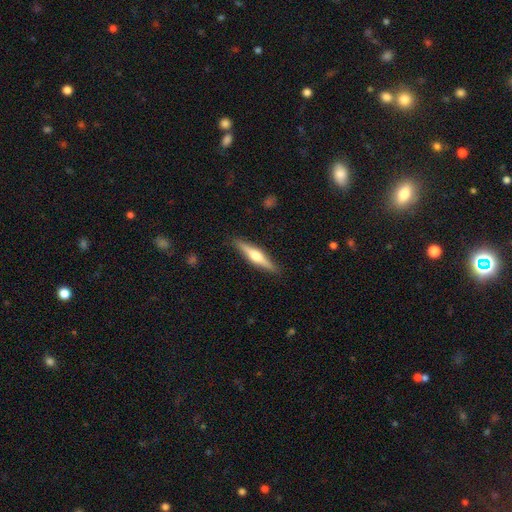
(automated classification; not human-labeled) featured or disk 63%, smooth 32%, star or artifact 5%. Down the decision tree: edge-on disk — yes (97%); edge-on bulge — rounded (90%); merging — none (90%).